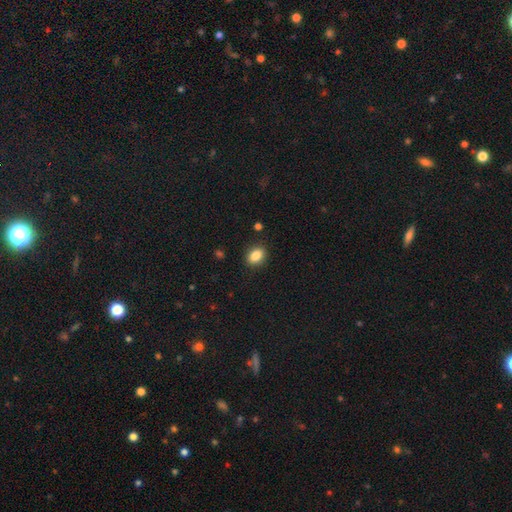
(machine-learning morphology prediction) smooth-or-featured: smooth: 86% | star or artifact: 9% | featured or disk: 5%
  how-rounded: in between: 71% | round: 28% | cigar-shaped: 1%
  merging: none: 88% | minor disturbance: 8% | major disturbance: 2% | merger: 1%